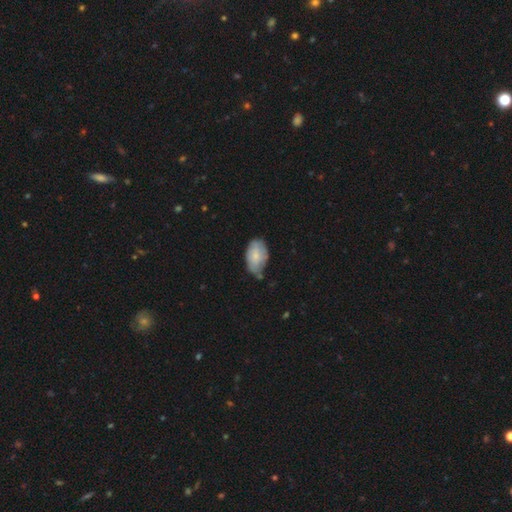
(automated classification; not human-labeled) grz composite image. It shows a smooth galaxy with no disk features (71%) that is in between round and cigar-shaped (92%). Merging: none (49%).